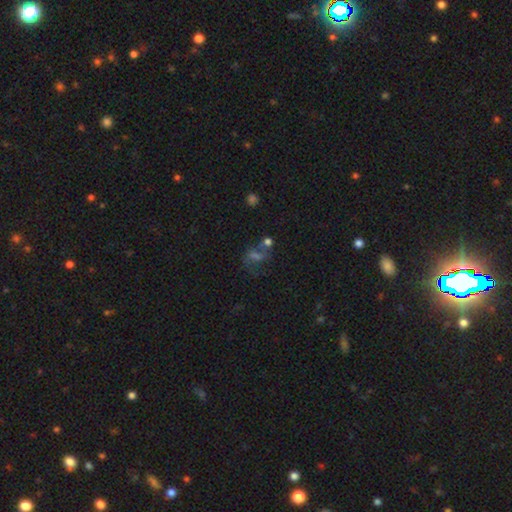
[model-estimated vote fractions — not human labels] This appears to be a featured or disk galaxy (36%). Merging: none (44%).